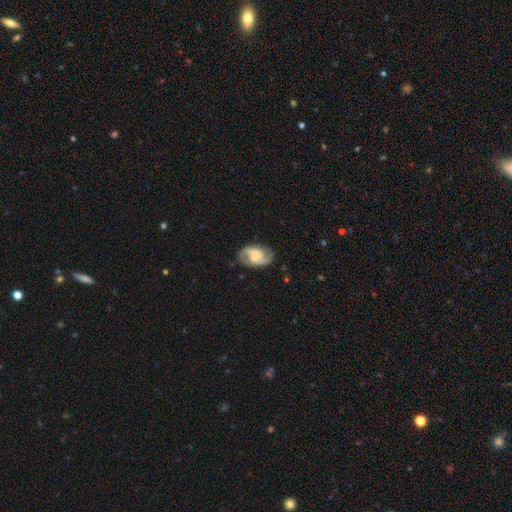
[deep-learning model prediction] A featured or disk galaxy (80%) with no bar (48%), 2 (91%) medium (53%) spiral arms (95%) and a small central bulge (38%).

Vote fractions:
- Smooth or featured? featured or disk: 80% / smooth: 15% / star or artifact: 6%
- Edge-on disk? no: 97% / yes: 3%
- Bar? no: 48% / weak: 41% / strong: 11%
- Spiral arms? yes: 95% / no: 5%
- Spiral winding? medium: 53% / tight: 24% / loose: 23%
- Spiral arm count? 2: 91% / can't tell: 4% / 1: 2% / 3: 1% / 4: 1% / more than 4: 1%
- Bulge size? small: 38% / moderate: 36% / none: 13% / large: 11% / dominant: 2%
- Merging? none: 82% / minor disturbance: 13% / major disturbance: 4% / merger: 1%